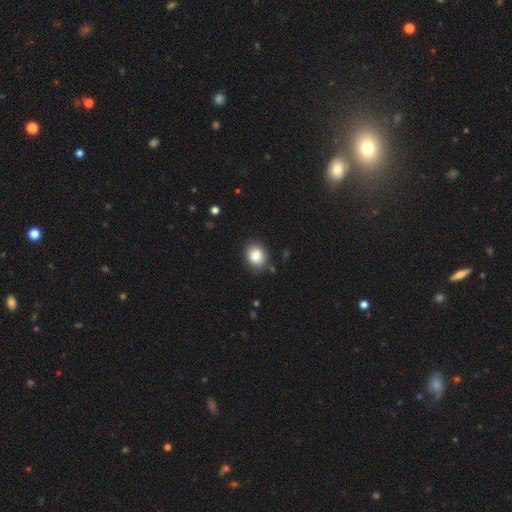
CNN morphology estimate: This appears to be a smooth galaxy with no disk features (84%) that is round (50%). Merging: none (83%).